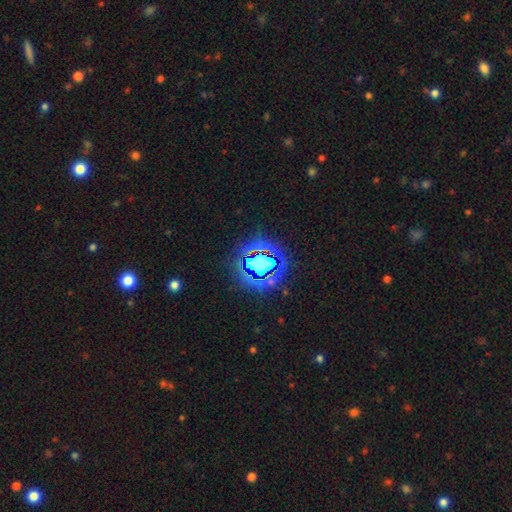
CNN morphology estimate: Smooth or featured: star or artifact — 67% (smooth — 21%)